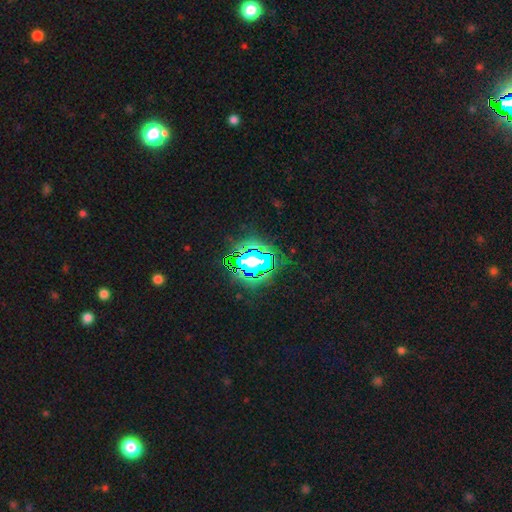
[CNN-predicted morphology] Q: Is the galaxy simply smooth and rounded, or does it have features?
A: star or artifact — 77%.